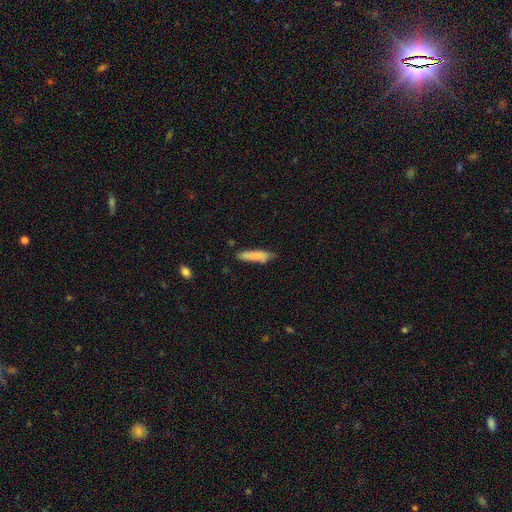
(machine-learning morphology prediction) Smooth or featured: smooth — 79% (featured or disk — 15%)
How rounded: cigar-shaped — 76% (in between — 23%)
Merging: none — 72% (minor disturbance — 21%)